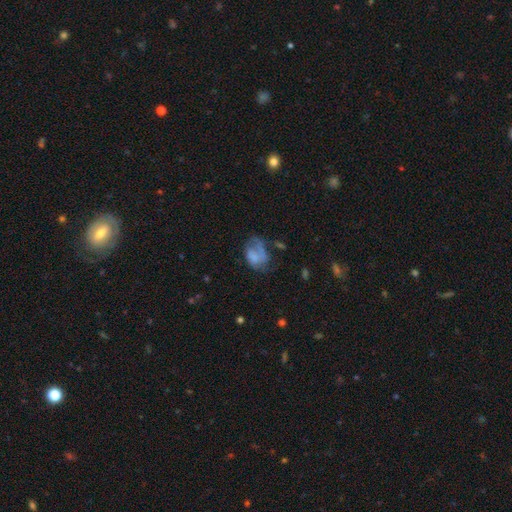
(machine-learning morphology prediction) Smooth or featured? Predicted: smooth (p=0.53). How rounded? Predicted: in between (p=0.76). Merging? Predicted: major disturbance (p=0.39).